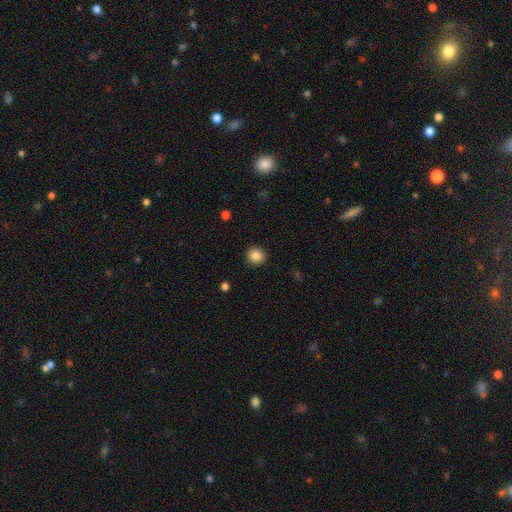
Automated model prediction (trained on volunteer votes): Q: Smooth or featured?
A: smooth (86%); runner-up: star or artifact (10%)
Q: How rounded?
A: round (91%); runner-up: in between (8%)
Q: Merging?
A: none (92%); runner-up: minor disturbance (5%)